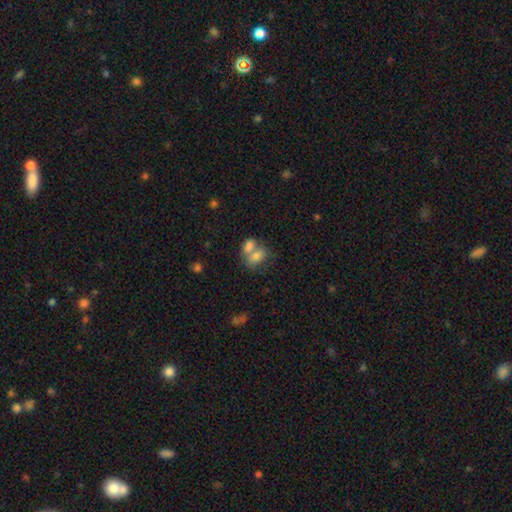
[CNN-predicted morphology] Smooth or featured?
  - smooth: 75% *
  - featured or disk: 16%
  - star or artifact: 9%
How rounded?
  - in between: 79% *
  - round: 19%
  - cigar-shaped: 2%
Merging?
  - merger: 62% *
  - none: 25%
  - minor disturbance: 8%
  - major disturbance: 5%